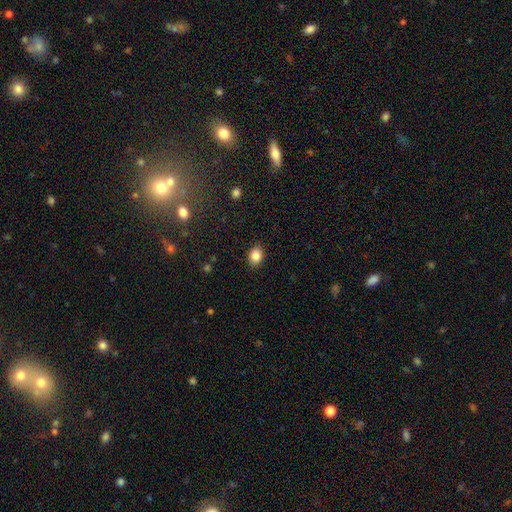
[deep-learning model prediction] Smooth or featured?
  - smooth: 87% *
  - star or artifact: 9%
  - featured or disk: 4%
How rounded?
  - in between: 61% *
  - round: 38%
  - cigar-shaped: 1%
Merging?
  - none: 89% *
  - minor disturbance: 8%
  - major disturbance: 2%
  - merger: 1%